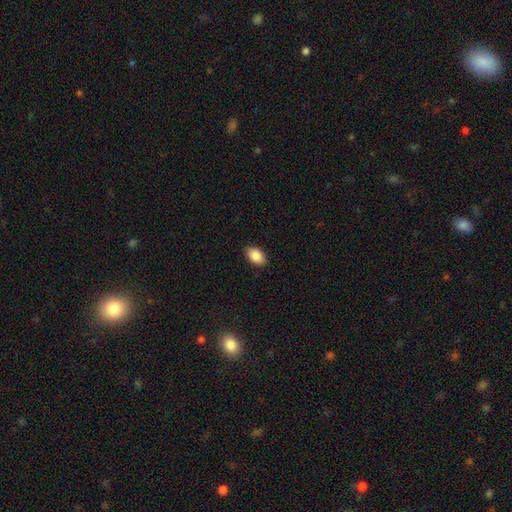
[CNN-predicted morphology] smooth_or_featured: smooth (p=0.88) [alt: star or artifact p=0.07]
how_rounded: in between (p=0.92) [alt: round p=0.07]
merging: none (p=0.88) [alt: minor disturbance p=0.09]